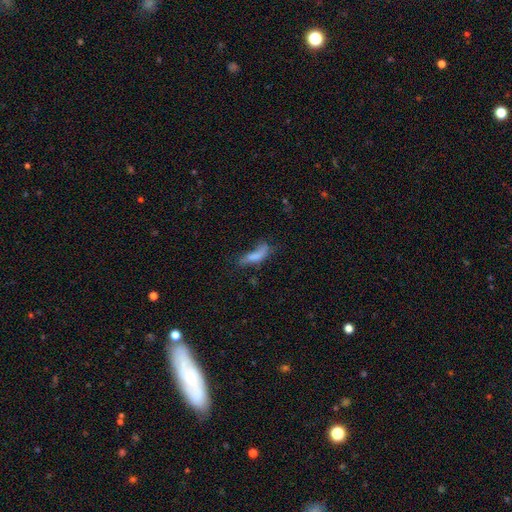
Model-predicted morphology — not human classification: This appears to be a smooth galaxy with no disk features (70%) that is cigar-shaped (49%). Merging: none (35%).